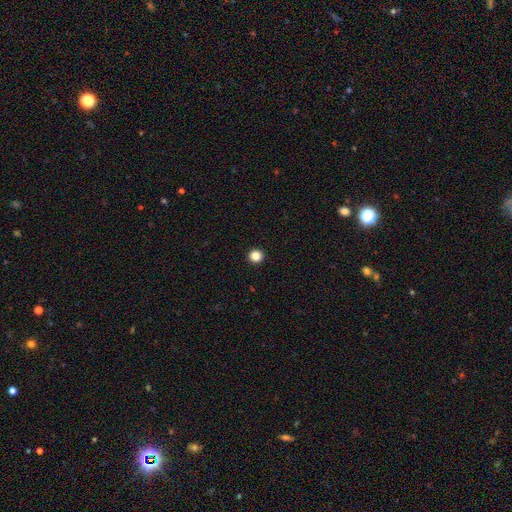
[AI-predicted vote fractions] The model was most divided on "smooth or featured": smooth: 85%, star or artifact: 11%, featured or disk: 3%. More confident: how rounded — round (95%); merging — none (94%).